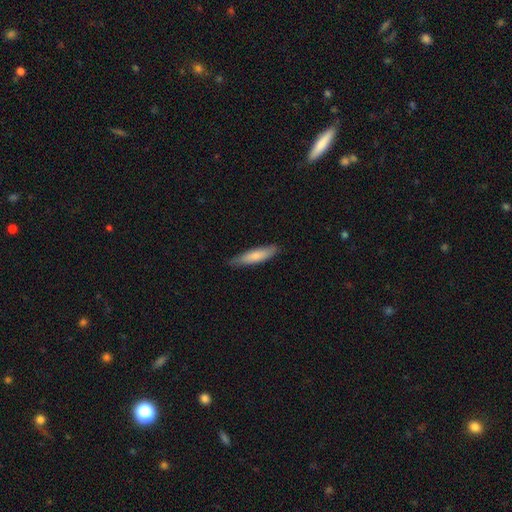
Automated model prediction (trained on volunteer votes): Smooth or featured? Predicted: smooth (p=0.76). How rounded? Predicted: cigar-shaped (p=0.76). Merging? Predicted: none (p=0.82).